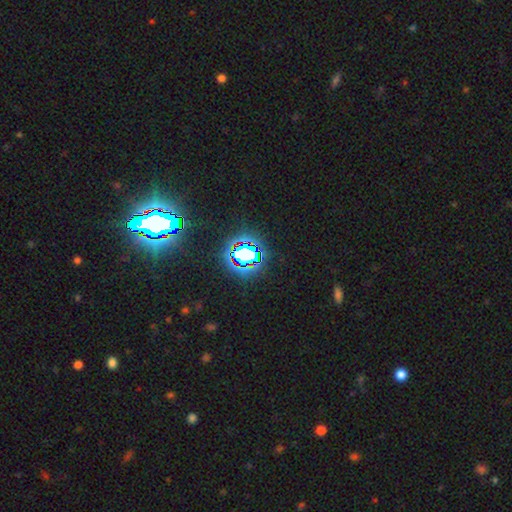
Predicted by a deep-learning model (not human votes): Q: Smooth or featured?
A: star or artifact (81%); runner-up: smooth (12%)